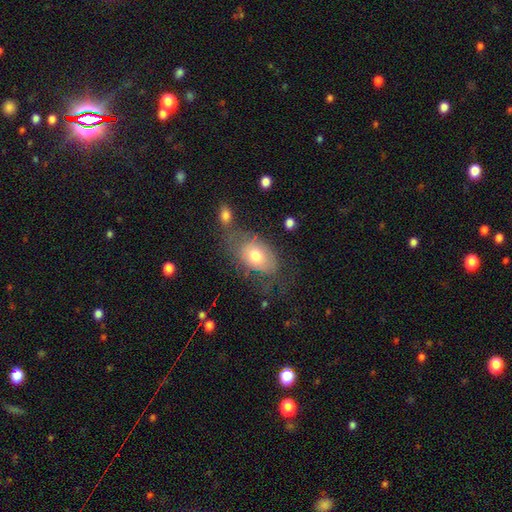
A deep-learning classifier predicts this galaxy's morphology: Overall: smooth (65%; featured or disk 27%). How rounded: in between (84%). Merging: none (44%; minor disturbance 25%).